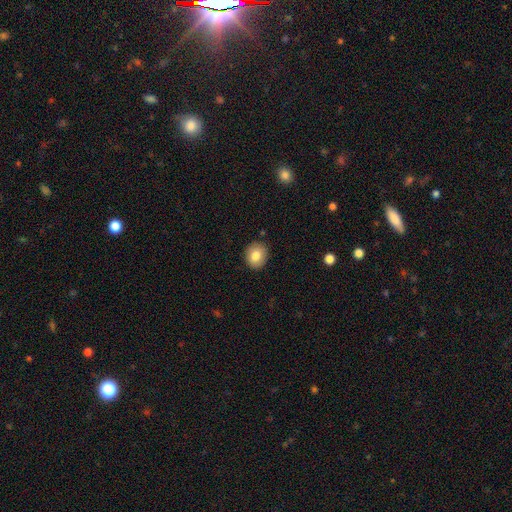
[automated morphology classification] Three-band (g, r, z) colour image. It shows a smooth galaxy with no disk features (81%) that is round (67%). Merging: none (88%).